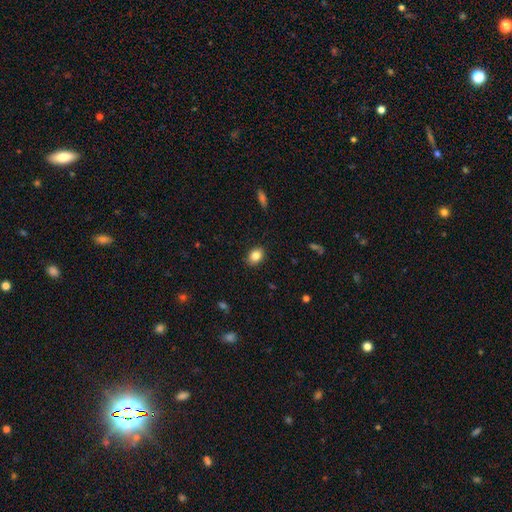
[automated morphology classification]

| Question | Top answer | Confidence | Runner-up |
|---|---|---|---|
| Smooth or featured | smooth | 84% | star or artifact (9%) |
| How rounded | in between | 67% | round (32%) |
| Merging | none | 88% | minor disturbance (9%) |